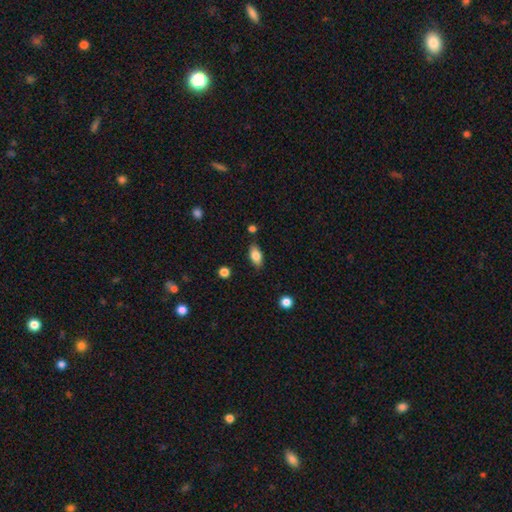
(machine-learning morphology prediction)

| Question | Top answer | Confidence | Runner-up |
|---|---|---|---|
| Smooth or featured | smooth | 81% | featured or disk (11%) |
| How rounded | in between | 87% | cigar-shaped (7%) |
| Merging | none | 81% | minor disturbance (13%) |